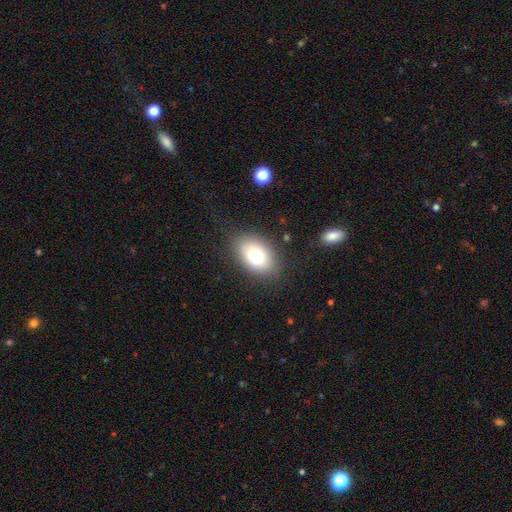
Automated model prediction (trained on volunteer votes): Morphology: type=smooth (74%); roundness=in between (83%); merging=none (83%).